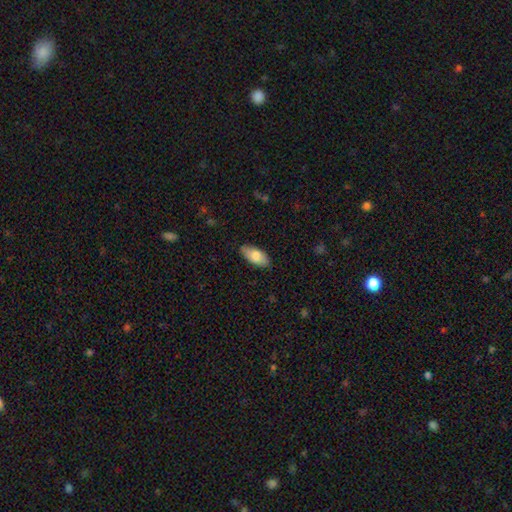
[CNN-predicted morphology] Smooth or featured? Predicted: smooth (p=0.78). How rounded? Predicted: in between (p=0.91). Merging? Predicted: none (p=0.84).